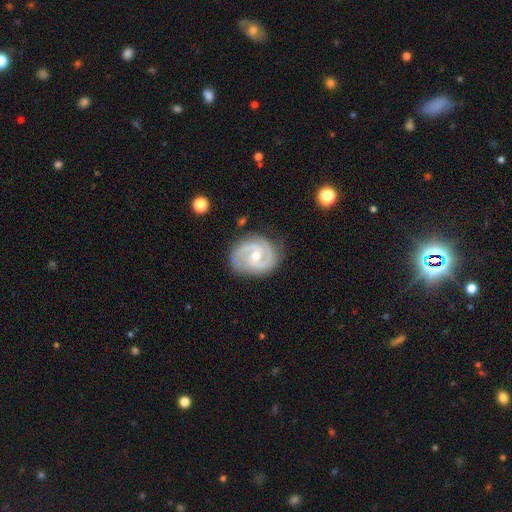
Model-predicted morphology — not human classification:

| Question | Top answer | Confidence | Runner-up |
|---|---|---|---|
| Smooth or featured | featured or disk | 88% | smooth (8%) |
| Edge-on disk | no | 98% | yes (2%) |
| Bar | no | 49% | weak (42%) |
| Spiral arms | yes | 96% | no (4%) |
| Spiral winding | tight | 52% | medium (40%) |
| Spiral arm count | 2 | 74% | 3 (11%) |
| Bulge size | moderate | 64% | small (31%) |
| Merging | none | 77% | minor disturbance (17%) |